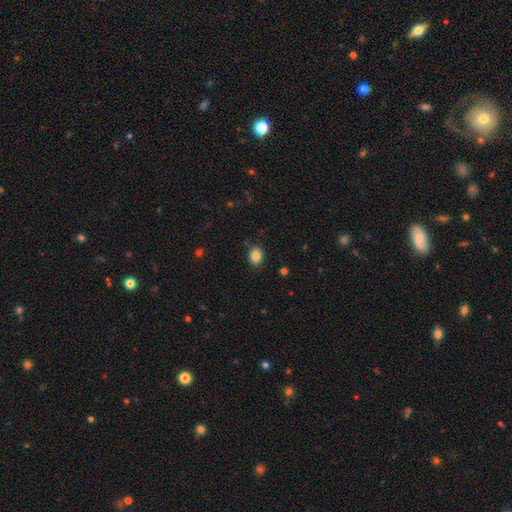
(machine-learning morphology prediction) Smooth or featured? smooth (86%)
How rounded? in between (62%)
Merging? none (87%)